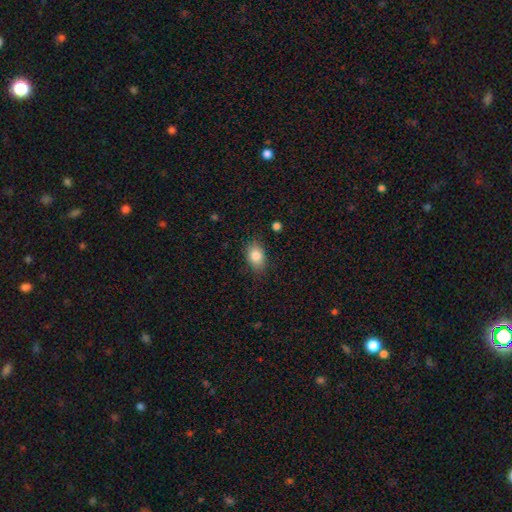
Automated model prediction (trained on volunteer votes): Smooth or featured? Predicted: smooth (p=0.84). How rounded? Predicted: in between (p=0.83). Merging? Predicted: none (p=0.81).